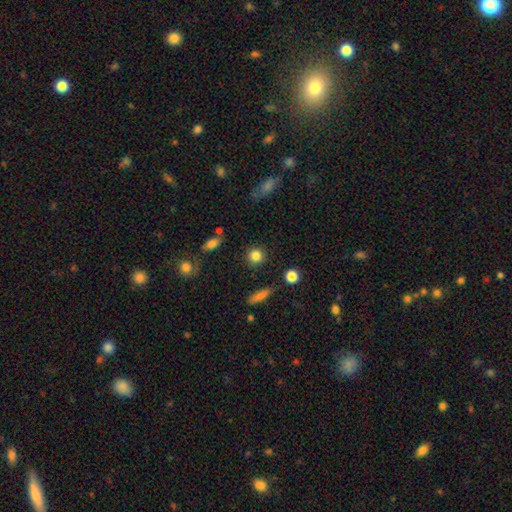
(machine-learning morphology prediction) Q: Smooth or featured?
A: smooth (84%); runner-up: star or artifact (10%)
Q: How rounded?
A: round (90%); runner-up: in between (9%)
Q: Merging?
A: none (88%); runner-up: minor disturbance (7%)